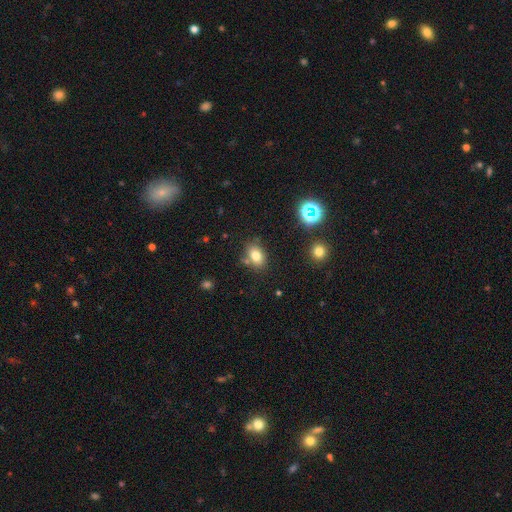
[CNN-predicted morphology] Smooth or featured?
  - smooth: 77% *
  - star or artifact: 13%
  - featured or disk: 10%
How rounded?
  - in between: 75% *
  - round: 23%
  - cigar-shaped: 1%
Merging?
  - none: 74% *
  - minor disturbance: 13%
  - merger: 9%
  - major disturbance: 4%